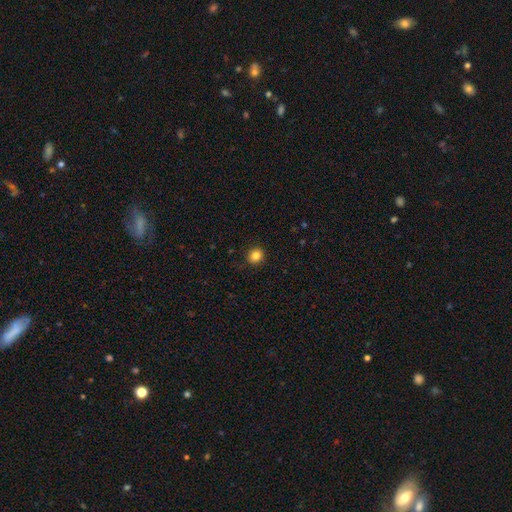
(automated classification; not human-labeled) Smooth or featured? Predicted: smooth (p=0.84). How rounded? Predicted: round (p=0.88). Merging? Predicted: none (p=0.91).